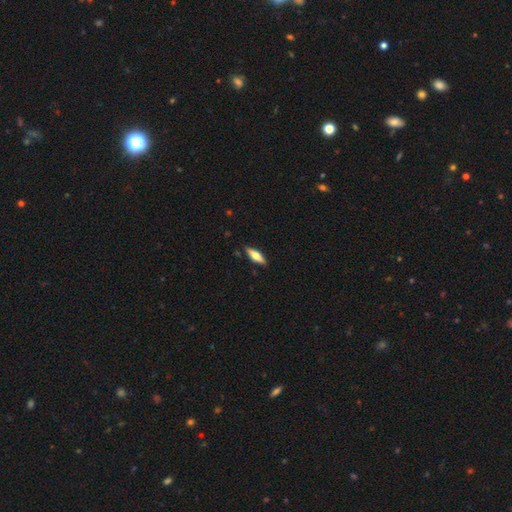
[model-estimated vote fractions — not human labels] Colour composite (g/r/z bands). It shows a smooth galaxy with no disk features (50%). Merging: none (89%).